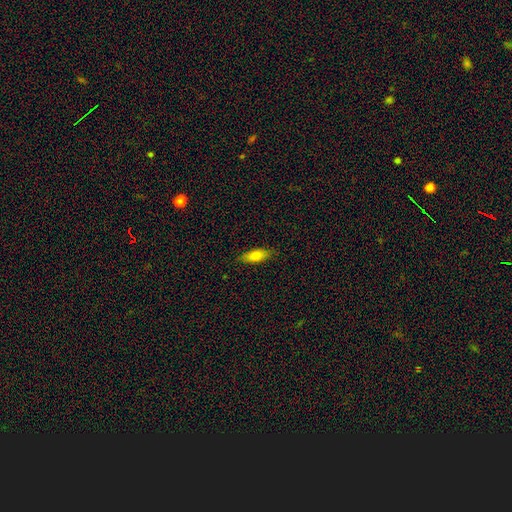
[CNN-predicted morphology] smooth 76%, featured or disk 17%, star or artifact 7%. Down the decision tree: how rounded — in between (72%); merging — none (85%).